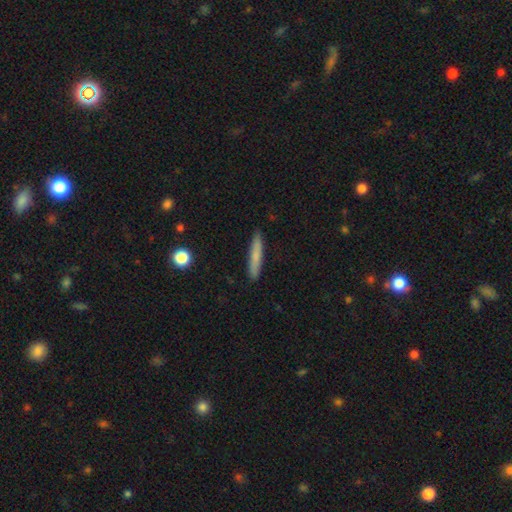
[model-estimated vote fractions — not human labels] Smooth or featured: smooth — 75% (featured or disk — 18%)
How rounded: cigar-shaped — 93% (in between — 5%)
Merging: none — 89% (minor disturbance — 8%)